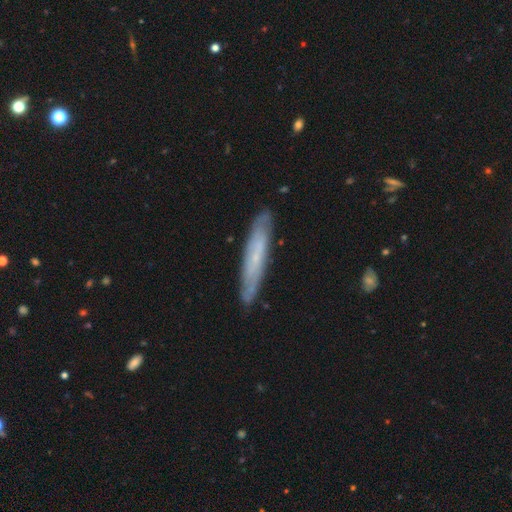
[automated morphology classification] Overall: featured or disk (55%; smooth 39%). Edge-on disk: yes (61%; no 39%). Merging: none (85%).